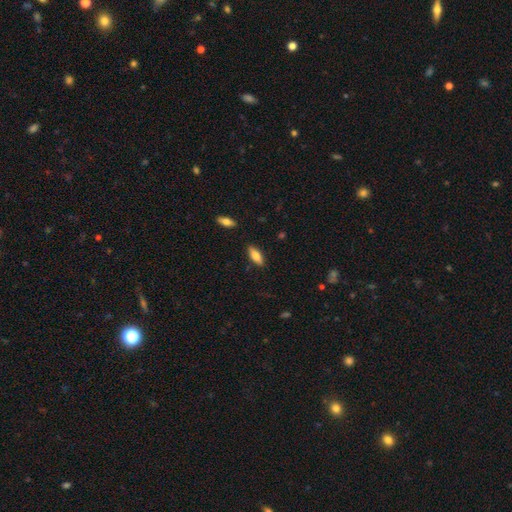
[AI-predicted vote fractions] smooth-or-featured: smooth: 75% | featured or disk: 18% | star or artifact: 6%
  how-rounded: in between: 73% | cigar-shaped: 25% | round: 2%
  merging: none: 86% | minor disturbance: 10% | major disturbance: 2% | merger: 2%